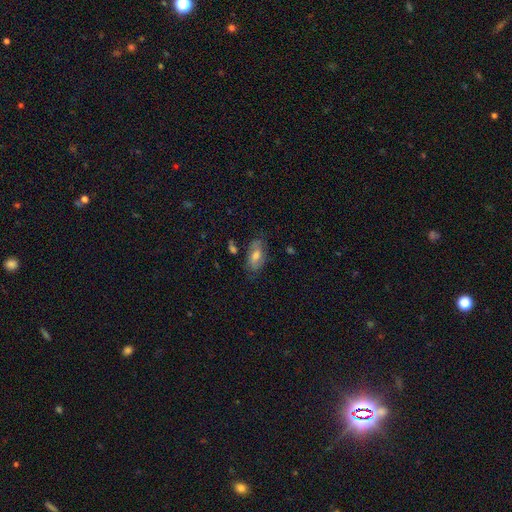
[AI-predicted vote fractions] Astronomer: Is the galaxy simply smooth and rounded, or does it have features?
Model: smooth — 47% (runner-up: featured or disk, 42%).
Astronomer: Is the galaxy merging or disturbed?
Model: none — 70%.